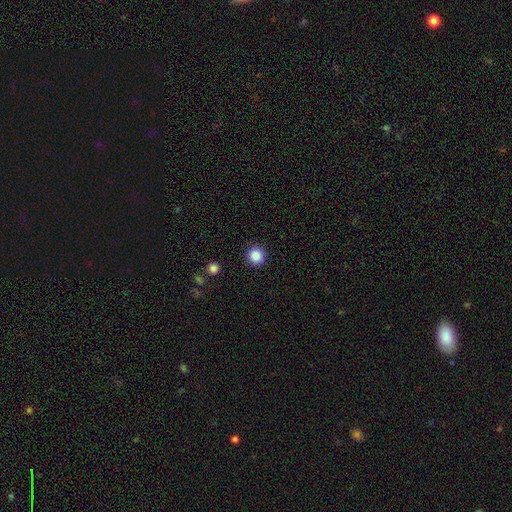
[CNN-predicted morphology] The model was most divided on "smooth or featured": smooth: 87%, star or artifact: 10%, featured or disk: 3%. More confident: how rounded — round (94%); merging — none (91%).